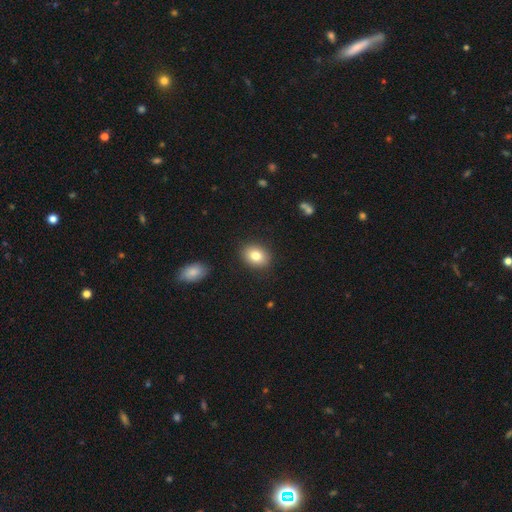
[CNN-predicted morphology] Smooth or featured: smooth — 82% (featured or disk — 9%)
How rounded: in between — 58% (round — 41%)
Merging: none — 88% (minor disturbance — 8%)